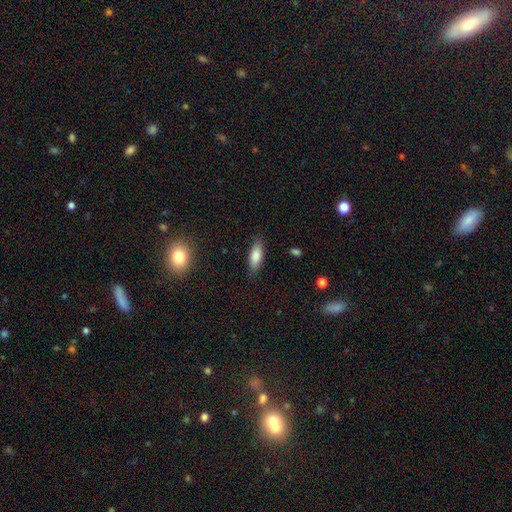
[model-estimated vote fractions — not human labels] This appears to be a smooth galaxy with no disk features (81%) that is in between round and cigar-shaped (72%). Merging: none (85%).